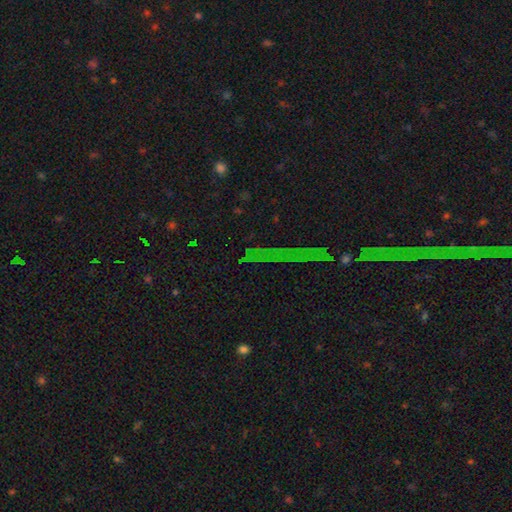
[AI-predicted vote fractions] Q: Smooth or featured?
A: star or artifact (76%); runner-up: smooth (13%)